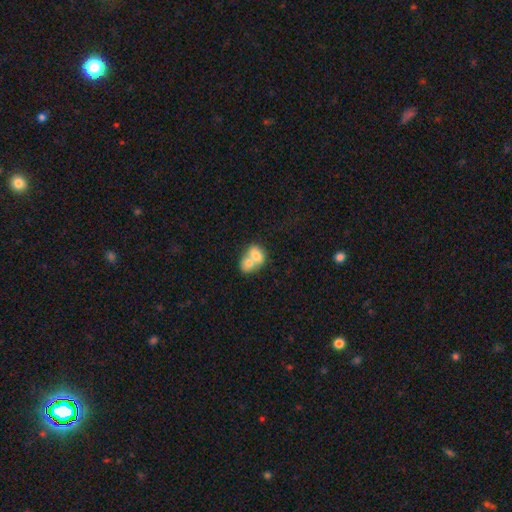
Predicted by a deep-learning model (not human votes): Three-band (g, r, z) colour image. It shows a smooth galaxy with no disk features (70%) that is in between round and cigar-shaped (58%). Merging: merger (77%).